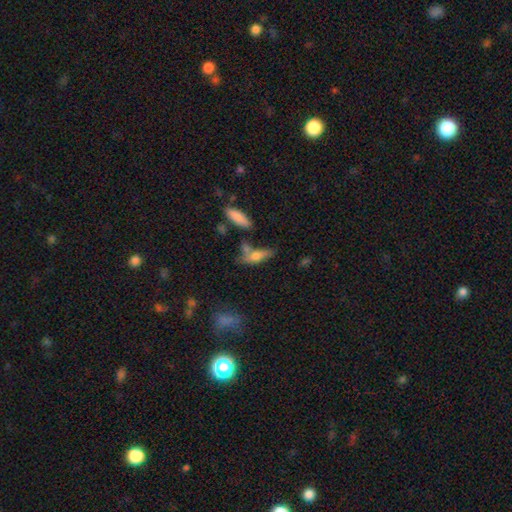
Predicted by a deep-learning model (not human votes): Smooth or featured?
  - smooth: 67% *
  - featured or disk: 25%
  - star or artifact: 8%
How rounded?
  - in between: 58% *
  - cigar-shaped: 38%
  - round: 4%
Merging?
  - none: 48% *
  - merger: 22%
  - minor disturbance: 21%
  - major disturbance: 9%